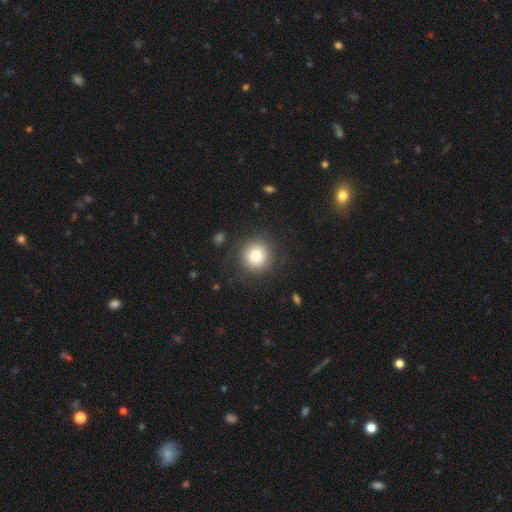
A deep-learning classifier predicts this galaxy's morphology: The model was most divided on "smooth or featured": smooth: 78%, featured or disk: 11%, star or artifact: 11%. More confident: how rounded — round (94%); merging — none (87%).